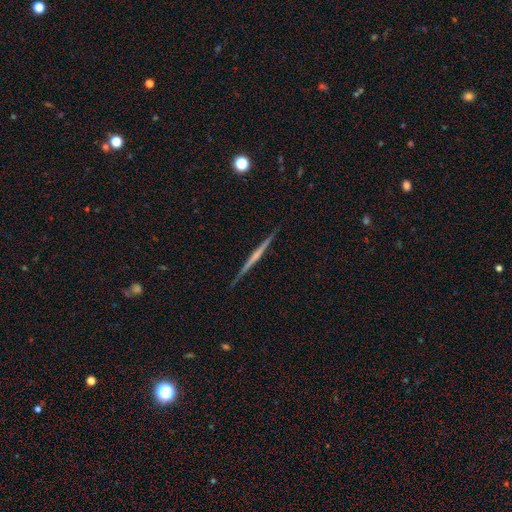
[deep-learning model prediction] The model was most divided on "smooth or featured": featured or disk: 70%, smooth: 24%, star or artifact: 6%. More confident: edge-on disk — yes (98%); merging — none (91%); edge-on bulge — none (68%).